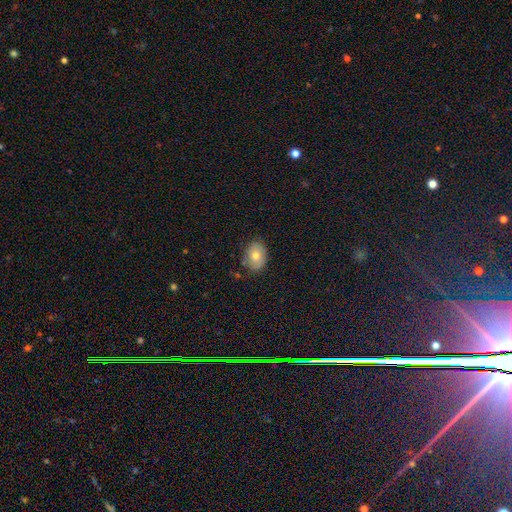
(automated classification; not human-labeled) A smooth galaxy with no disk features (74%) that is in between round and cigar-shaped (70%). Merging: none (80%).